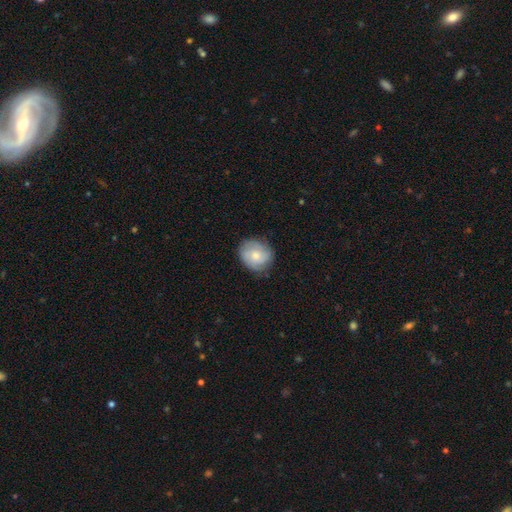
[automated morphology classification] Smooth or featured? smooth (54%)
How rounded? round (71%)
Merging? none (76%)